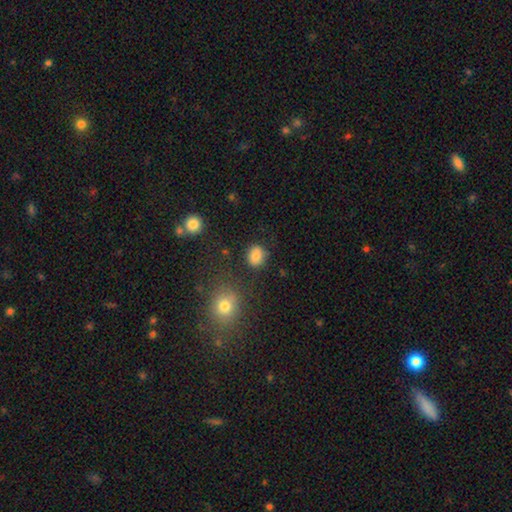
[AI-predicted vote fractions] This appears to be a smooth galaxy with no disk features (83%) that is round (60%). Merging: none (81%).